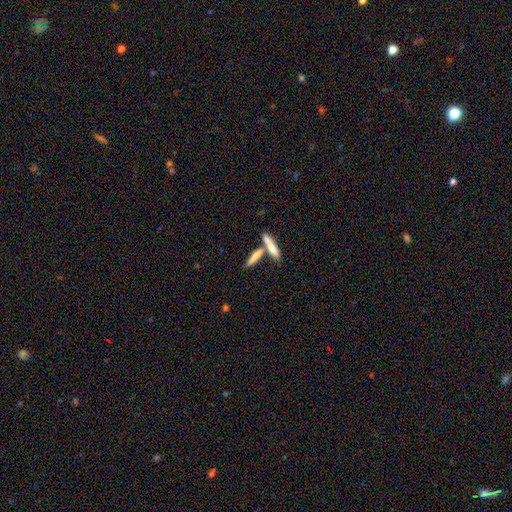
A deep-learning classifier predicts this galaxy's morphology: Q: Smooth or featured?
A: smooth (66%); runner-up: featured or disk (27%)
Q: How rounded?
A: cigar-shaped (81%); runner-up: in between (17%)
Q: Merging?
A: none (51%); runner-up: merger (37%)